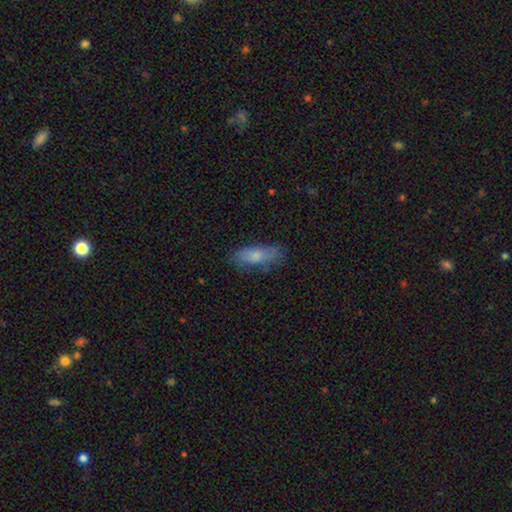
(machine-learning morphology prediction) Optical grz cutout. It shows a smooth galaxy with no disk features (72%) that is in between round and cigar-shaped (65%). Merging: none (70%).